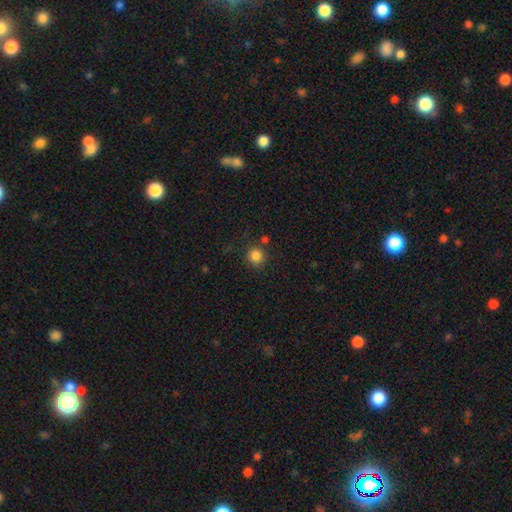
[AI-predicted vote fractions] Smooth or featured?
  - smooth: 84% *
  - star or artifact: 11%
  - featured or disk: 4%
How rounded?
  - round: 92% *
  - in between: 7%
  - cigar-shaped: 1%
Merging?
  - none: 82% *
  - minor disturbance: 9%
  - merger: 6%
  - major disturbance: 3%